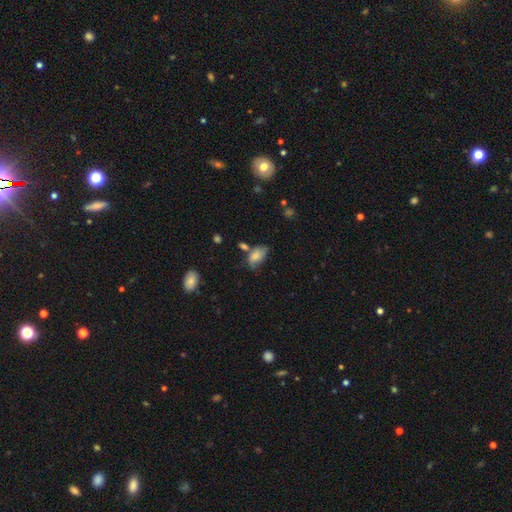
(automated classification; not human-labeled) Morphology: type=smooth (72%); roundness=in between (91%); merging=none (38%).